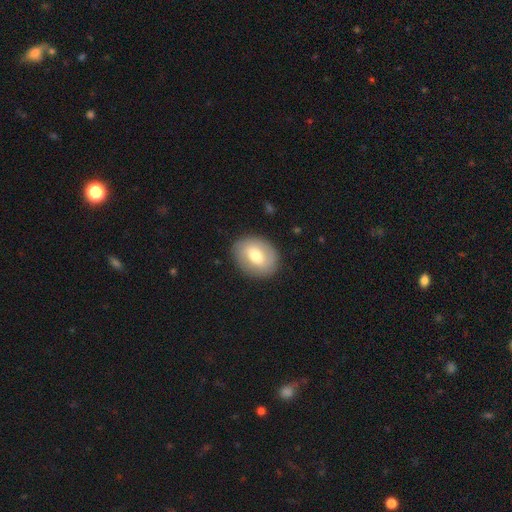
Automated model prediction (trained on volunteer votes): The model was most divided on "how rounded": in between: 62%, round: 36%, cigar-shaped: 1%. More confident: merging — none (86%); smooth or featured — smooth (62%).